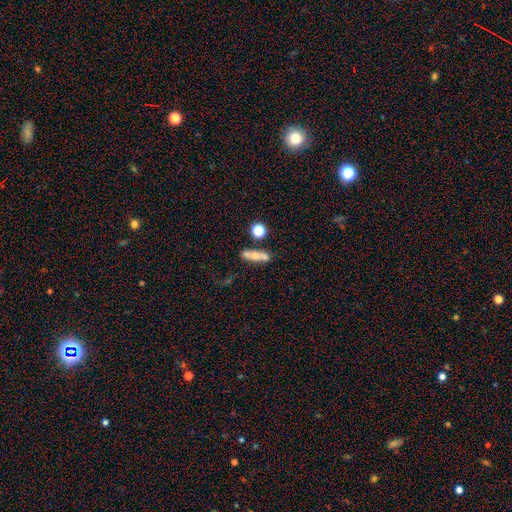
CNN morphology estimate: A smooth galaxy with no disk features (51%) that is in between round and cigar-shaped (44%). Merging: none (49%).